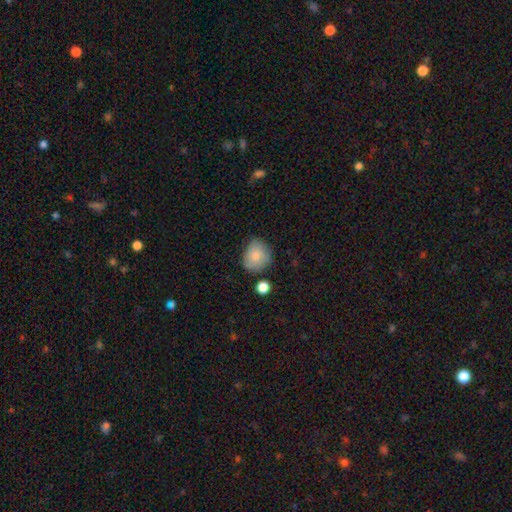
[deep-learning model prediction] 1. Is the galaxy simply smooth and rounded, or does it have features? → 80% smooth, 12% featured or disk, 8% star or artifact.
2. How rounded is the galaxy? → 70% round, 29% in between, 1% cigar-shaped.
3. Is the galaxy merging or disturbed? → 65% none, 24% minor disturbance, 6% major disturbance, 5% merger.